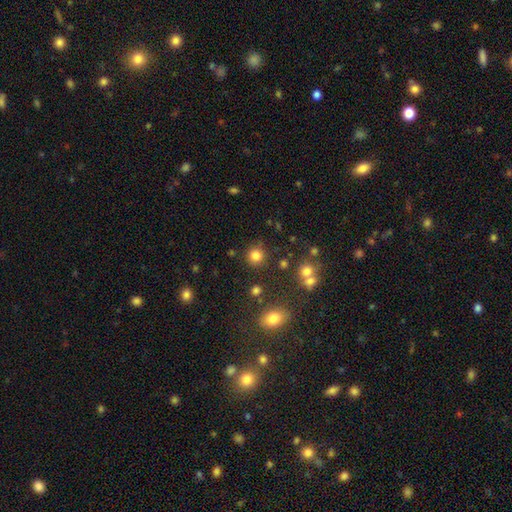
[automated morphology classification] This is clearly a smooth galaxy (82%). How rounded: clearly round (90%). Merging: clearly none (84%).